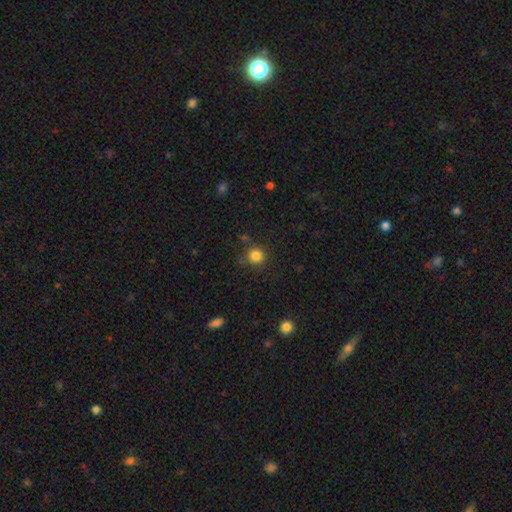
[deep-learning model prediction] Morphology: type=smooth (83%); roundness=round (92%); merging=none (82%).